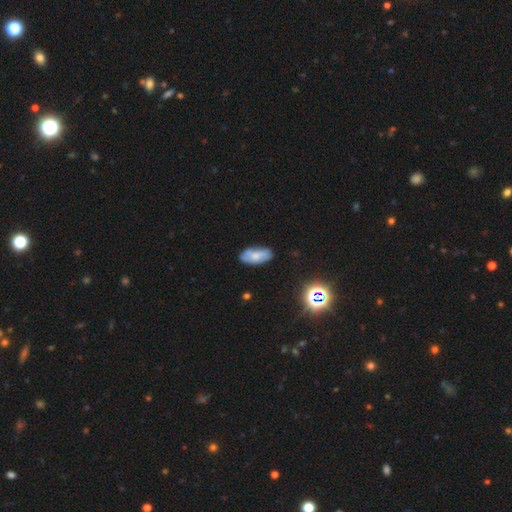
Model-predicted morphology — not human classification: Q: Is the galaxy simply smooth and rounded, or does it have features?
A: smooth — 62%.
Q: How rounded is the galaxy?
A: in between — 91%.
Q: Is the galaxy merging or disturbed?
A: none — 71%.